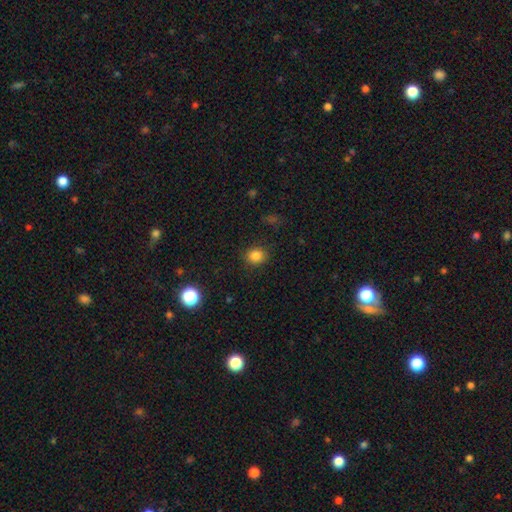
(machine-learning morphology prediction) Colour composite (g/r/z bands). It shows a smooth galaxy with no disk features (83%) that is round (75%). Merging: none (87%).